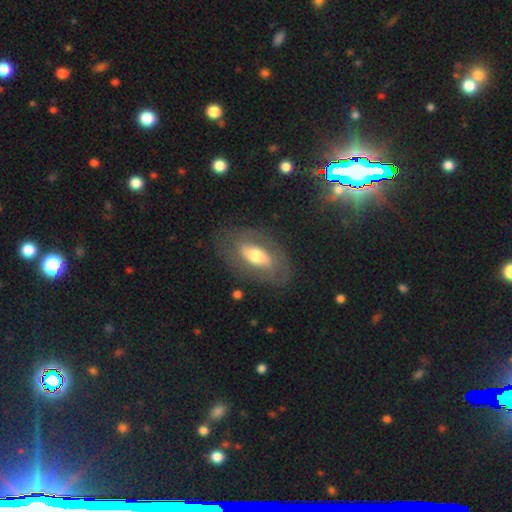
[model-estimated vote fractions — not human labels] Smooth or featured?
  - featured or disk: 59% *
  - smooth: 35%
  - star or artifact: 7%
Edge-on disk?
  - no: 89% *
  - yes: 11%
Bar?
  - no: 42% *
  - weak: 30%
  - strong: 28%
Spiral arms?
  - yes: 57% *
  - no: 43%
Bulge size?
  - moderate: 63% *
  - large: 22%
  - small: 12%
  - dominant: 2%
  - none: 1%
Merging?
  - none: 76% *
  - minor disturbance: 14%
  - major disturbance: 8%
  - merger: 2%